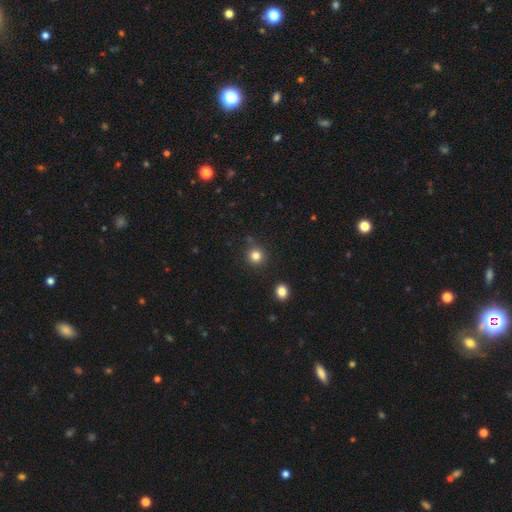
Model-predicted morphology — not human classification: The model was most divided on "smooth or featured": smooth: 82%, star or artifact: 13%, featured or disk: 5%. More confident: how rounded — round (93%); merging — none (84%).